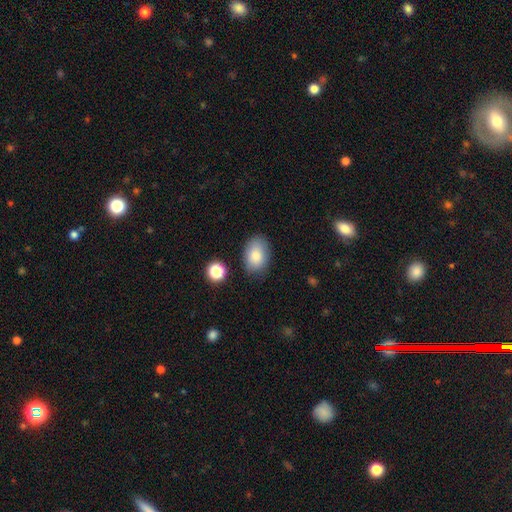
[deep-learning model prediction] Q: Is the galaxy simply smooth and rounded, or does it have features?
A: smooth — 82%.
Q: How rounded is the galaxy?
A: in between — 85%.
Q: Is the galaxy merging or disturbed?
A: none — 79%.